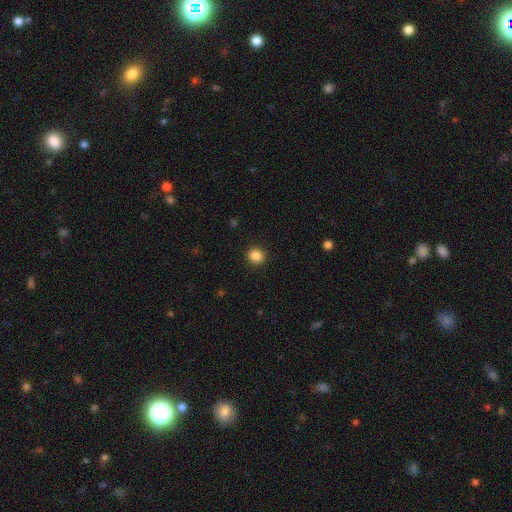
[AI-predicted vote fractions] A smooth galaxy with no disk features (86%) that is round (88%).

Vote fractions:
- Smooth or featured? smooth: 86% / star or artifact: 10% / featured or disk: 3%
- How rounded? round: 88% / in between: 11% / cigar-shaped: 1%
- Merging? none: 92% / minor disturbance: 5% / major disturbance: 2% / merger: 1%